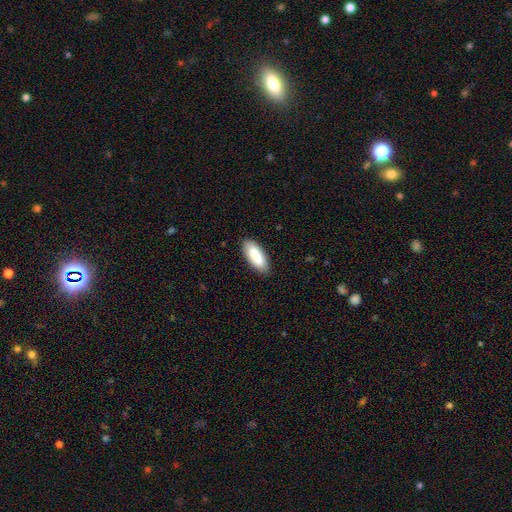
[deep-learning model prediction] Q: Smooth or featured?
A: smooth (87%); runner-up: featured or disk (7%)
Q: How rounded?
A: in between (79%); runner-up: cigar-shaped (19%)
Q: Merging?
A: none (85%); runner-up: minor disturbance (12%)